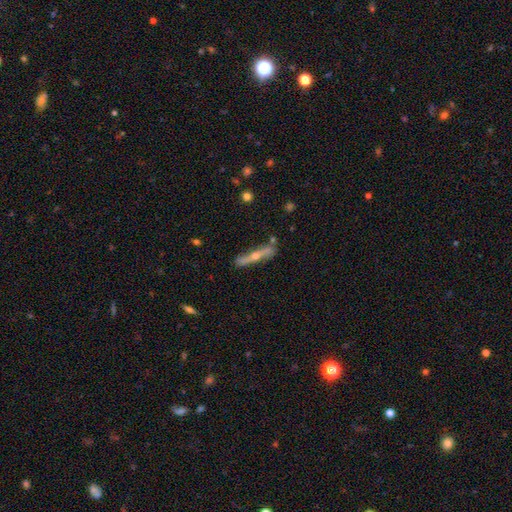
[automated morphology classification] type=featured or disk (67%); edge-on=yes (89%); edge-on bulge=rounded (88%); merging=none (78%).